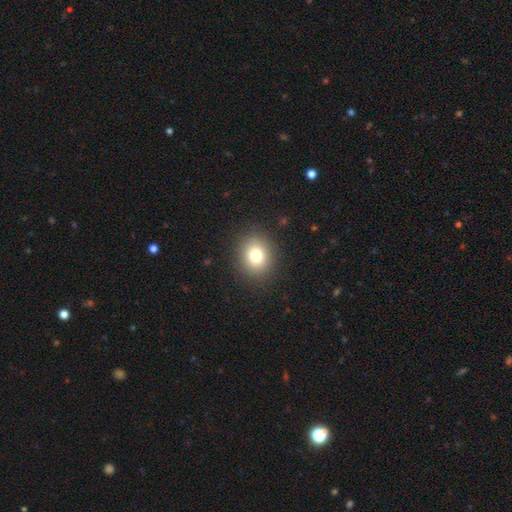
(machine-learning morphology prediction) type=smooth (78%); roundness=round (68%); merging=none (89%).